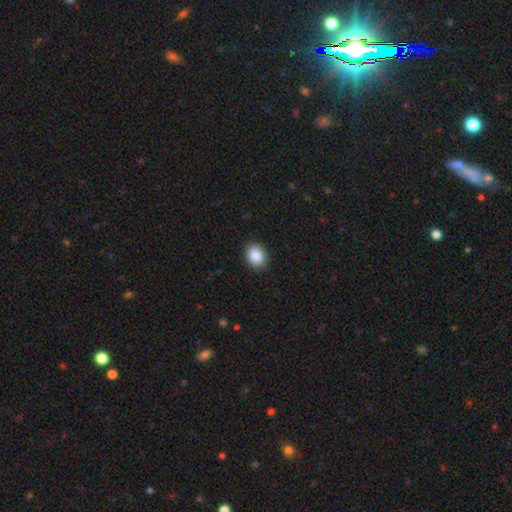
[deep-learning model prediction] A smooth galaxy with no disk features (88%) that is in between round and cigar-shaped (53%). Merging: none (89%).